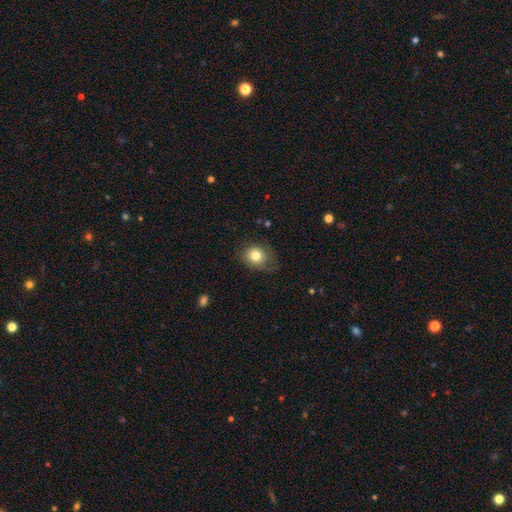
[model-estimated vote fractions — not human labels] A smooth galaxy with no disk features (80%) that is round (64%).

Vote fractions:
- Smooth or featured? smooth: 80% / featured or disk: 11% / star or artifact: 10%
- How rounded? round: 64% / in between: 35% / cigar-shaped: 1%
- Merging? none: 64% / minor disturbance: 26% / major disturbance: 9% / merger: 1%